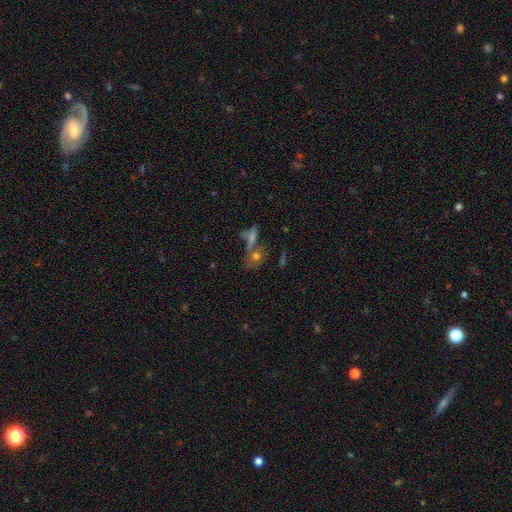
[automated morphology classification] This appears to be a smooth galaxy with no disk features (48%). Merging: none (41%).